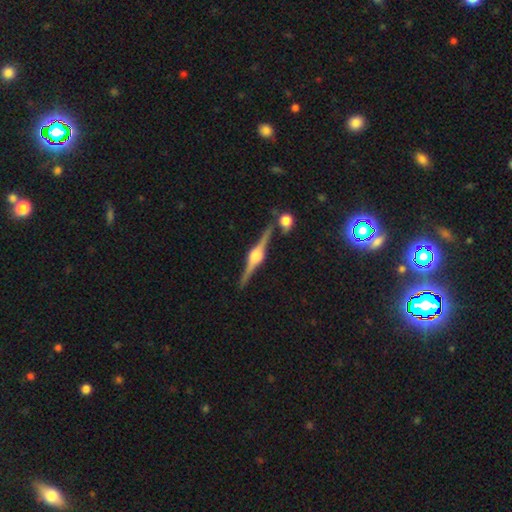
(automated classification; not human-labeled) Smooth or featured: featured or disk — 90% (star or artifact — 5%)
Edge-on disk: yes — 98% (no — 2%)
Edge-on bulge: rounded — 92% (boxy — 7%)
Merging: none — 84% (minor disturbance — 8%)